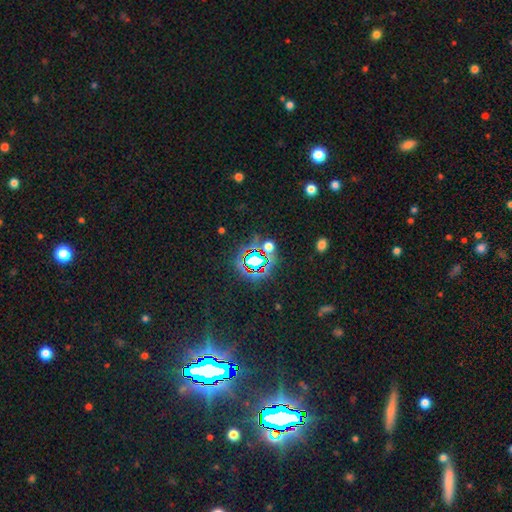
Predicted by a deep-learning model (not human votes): Morphology: type=star or artifact (74%).